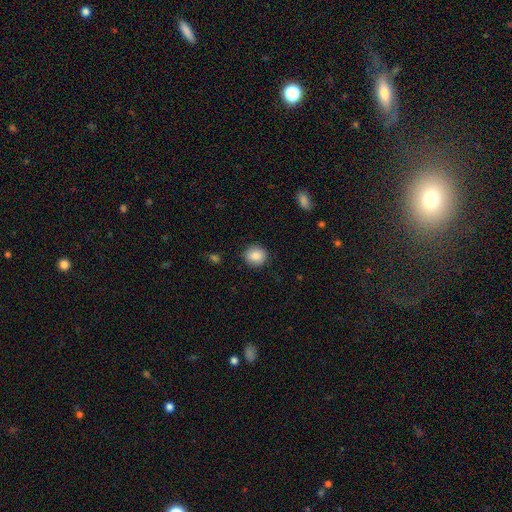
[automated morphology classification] type=smooth (85%); roundness=round (82%); merging=none (89%).